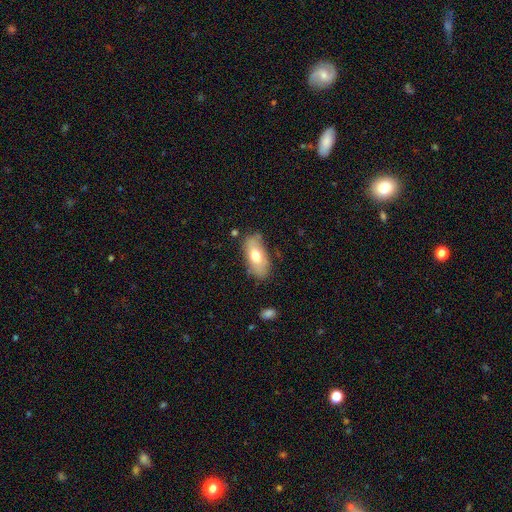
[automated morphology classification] Overall: smooth (67%). How rounded: in between (89%). Merging: none (76%).